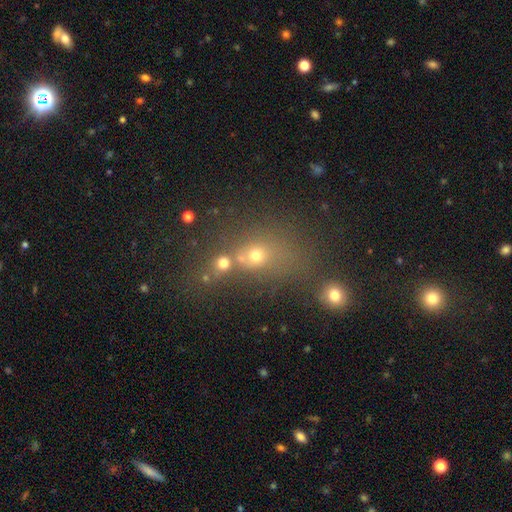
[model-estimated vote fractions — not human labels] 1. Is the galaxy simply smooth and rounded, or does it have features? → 57% smooth, 27% star or artifact, 16% featured or disk.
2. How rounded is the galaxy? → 58% round, 38% in between, 4% cigar-shaped.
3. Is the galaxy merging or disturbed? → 41% merger, 40% none, 10% minor disturbance, 9% major disturbance.